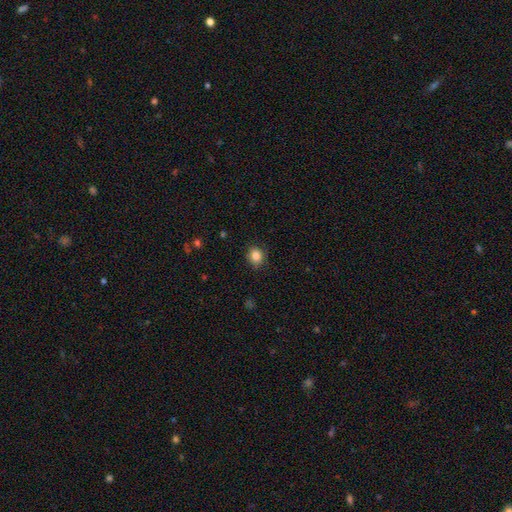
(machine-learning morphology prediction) smooth-or-featured: smooth: 86% | star or artifact: 10% | featured or disk: 4%
  how-rounded: round: 73% | in between: 26% | cigar-shaped: 1%
  merging: none: 87% | minor disturbance: 10% | major disturbance: 2% | merger: 1%